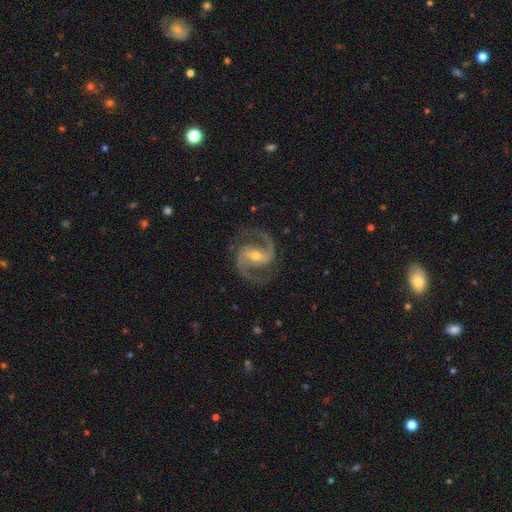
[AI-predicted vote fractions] Smooth or featured? featured or disk (94%)
Edge-on disk? no (98%)
Bar? strong (42%)
Spiral arms? yes (99%)
Spiral winding? medium (68%)
Spiral arm count? 2 (94%)
Bulge size? moderate (49%)
Merging? none (84%)